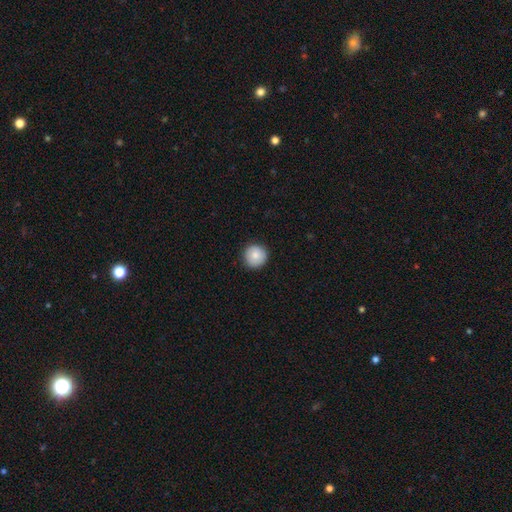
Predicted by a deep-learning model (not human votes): This is clearly a smooth galaxy (84%). How rounded: clearly round (96%). Merging: clearly none (91%).